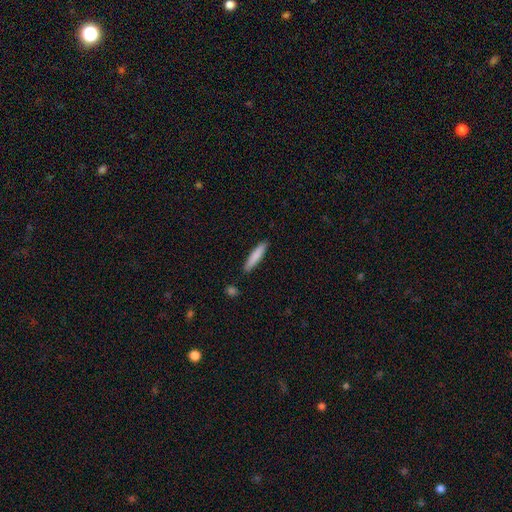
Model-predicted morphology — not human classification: Q: Smooth or featured?
A: smooth (82%); runner-up: featured or disk (12%)
Q: How rounded?
A: cigar-shaped (88%); runner-up: in between (10%)
Q: Merging?
A: none (87%); runner-up: minor disturbance (9%)